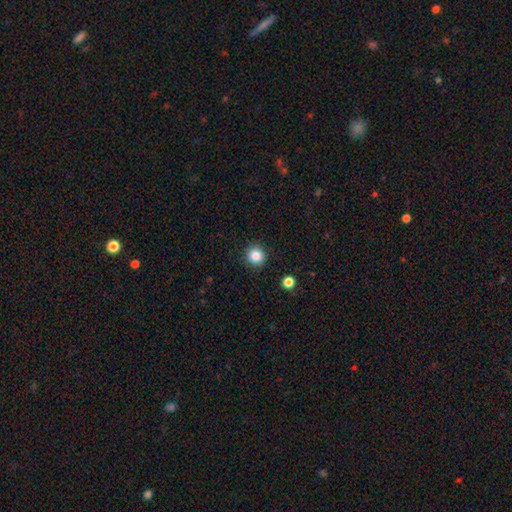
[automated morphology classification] Smooth or featured: smooth — 85% (star or artifact — 11%)
How rounded: round — 93% (in between — 6%)
Merging: none — 91% (minor disturbance — 6%)